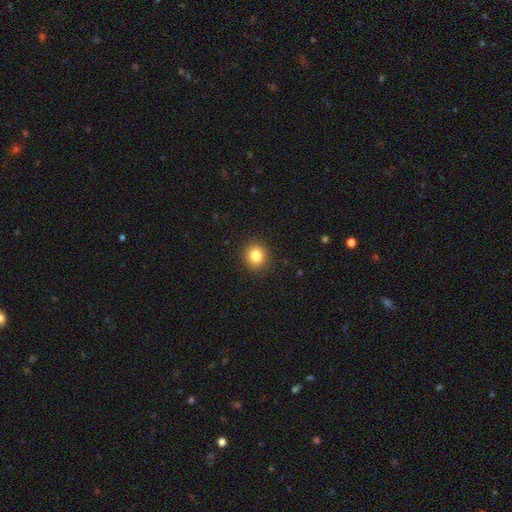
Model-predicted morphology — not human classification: smooth-or-featured: smooth: 83% | star or artifact: 10% | featured or disk: 6%
  how-rounded: round: 87% | in between: 12% | cigar-shaped: 1%
  merging: none: 92% | minor disturbance: 6% | major disturbance: 2% | merger: 1%